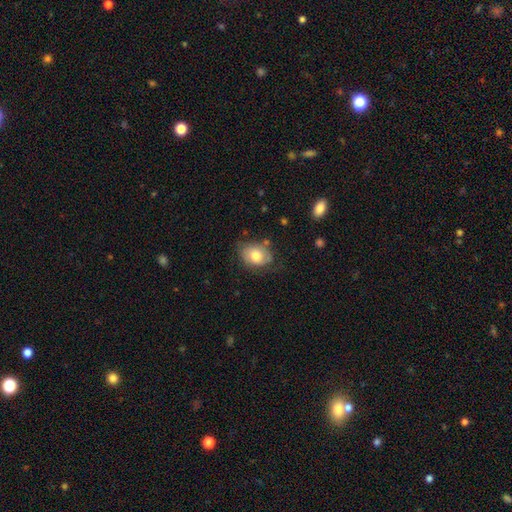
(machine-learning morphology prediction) Q: Smooth or featured?
A: smooth (72%); runner-up: featured or disk (20%)
Q: How rounded?
A: in between (65%); runner-up: round (34%)
Q: Merging?
A: none (60%); runner-up: minor disturbance (27%)